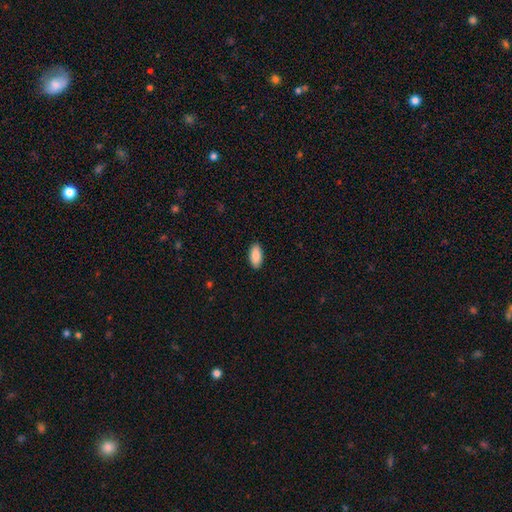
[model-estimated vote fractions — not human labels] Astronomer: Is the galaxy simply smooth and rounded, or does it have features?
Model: smooth — 89%.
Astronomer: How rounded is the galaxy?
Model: in between — 92%.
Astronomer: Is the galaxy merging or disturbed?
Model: none — 90%.